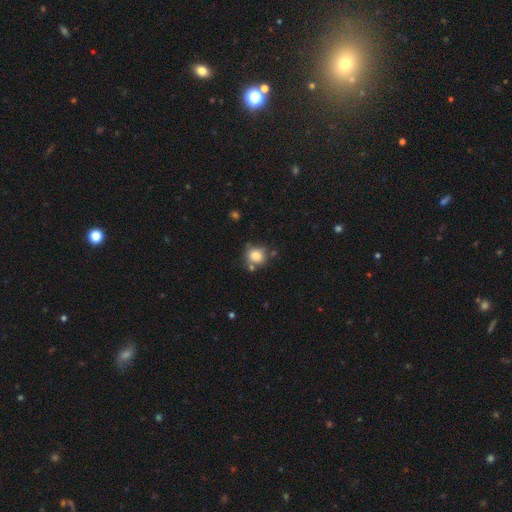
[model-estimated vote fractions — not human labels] Smooth or featured? Predicted: smooth (p=0.80). How rounded? Predicted: round (p=0.85). Merging? Predicted: none (p=0.70).